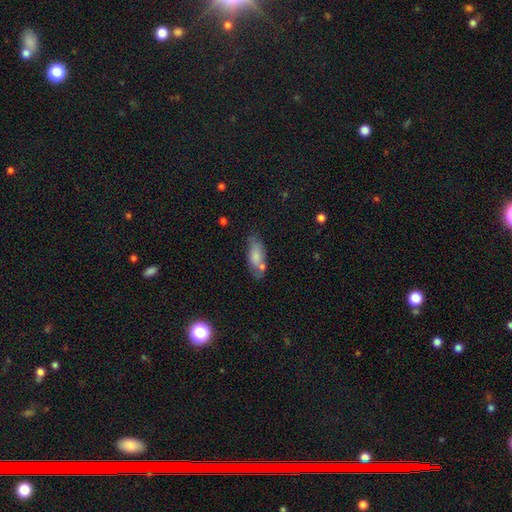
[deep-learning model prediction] Morphology: type=smooth (74%); roundness=in between (83%); merging=none (53%).